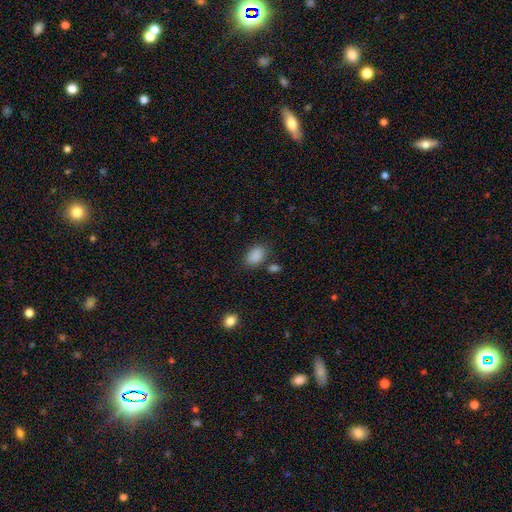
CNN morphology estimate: This is clearly a smooth galaxy (88%). How rounded: clearly in between (86%). Merging: likely none (76%).